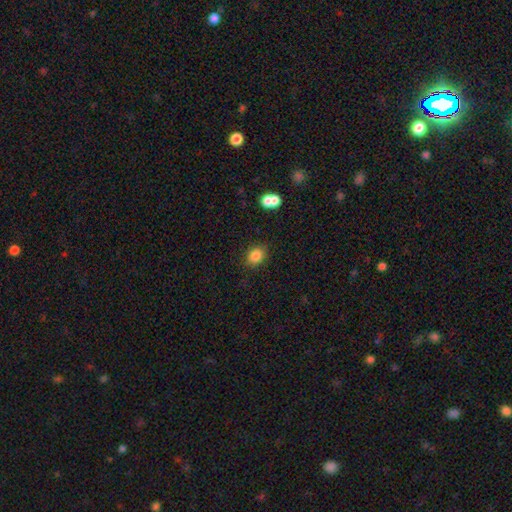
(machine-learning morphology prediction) Smooth or featured? Predicted: smooth (p=0.84). How rounded? Predicted: in between (p=0.51). Merging? Predicted: none (p=0.83).